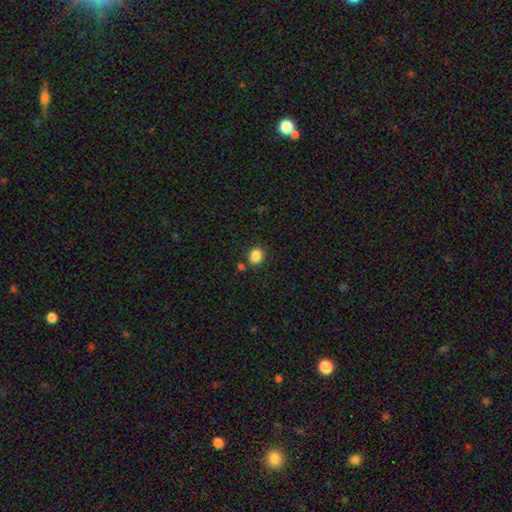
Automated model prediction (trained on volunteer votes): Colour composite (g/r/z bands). It shows a smooth galaxy with no disk features (86%) that is round (66%). Merging: none (81%).